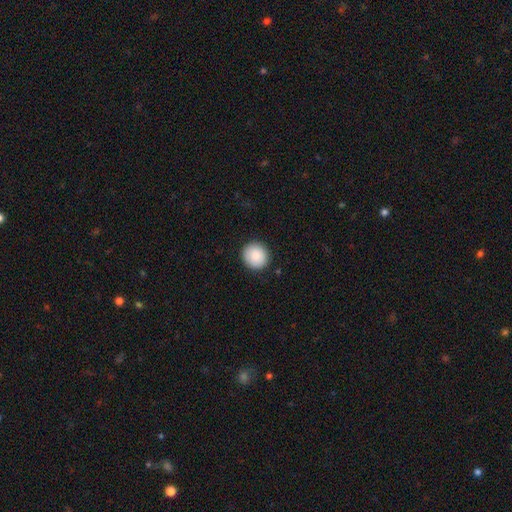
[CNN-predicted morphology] Overall: smooth (88%). How rounded: round (92%). Merging: none (91%).